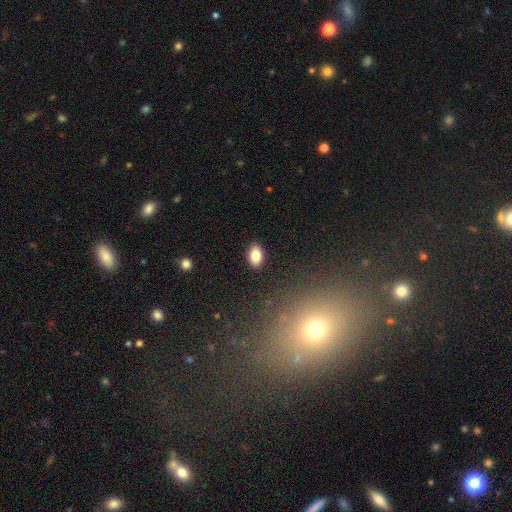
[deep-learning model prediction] Smooth or featured? smooth (85%)
How rounded? in between (89%)
Merging? none (89%)